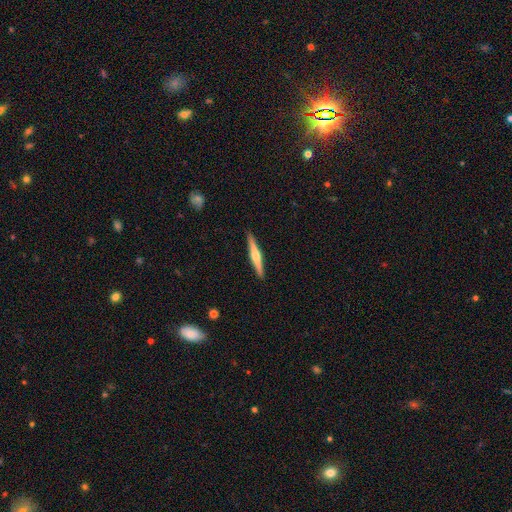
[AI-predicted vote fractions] Smooth or featured? featured or disk (62%)
Edge-on disk? yes (98%)
Edge-on bulge? rounded (80%)
Merging? none (92%)